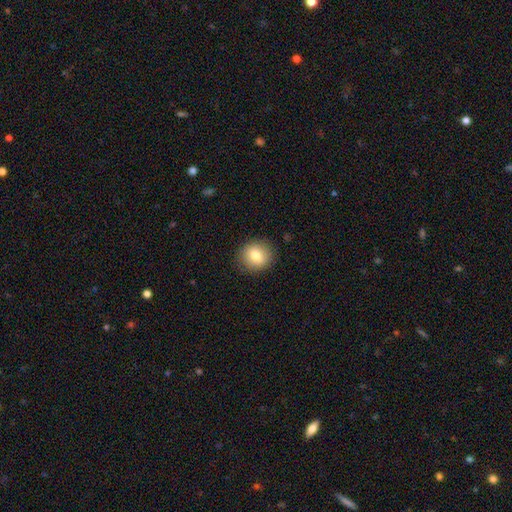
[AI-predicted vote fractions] This is likely a smooth galaxy (79%). How rounded: clearly round (80%). Merging: clearly none (88%).